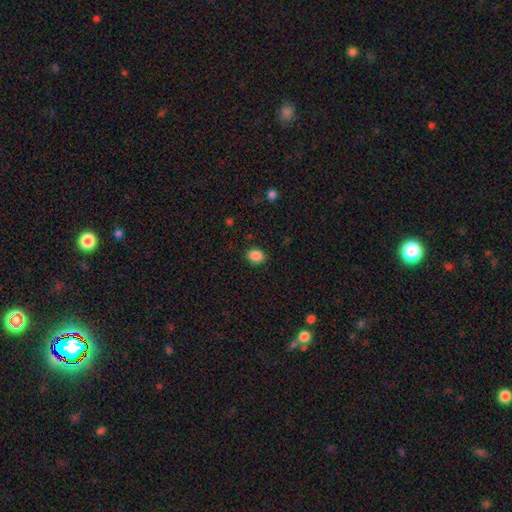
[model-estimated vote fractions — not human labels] A smooth galaxy with no disk features (88%) that is round (55%).

Vote fractions:
- Smooth or featured? smooth: 88% / star or artifact: 9% / featured or disk: 3%
- How rounded? round: 55% / in between: 44% / cigar-shaped: 1%
- Merging? none: 89% / minor disturbance: 8% / major disturbance: 2% / merger: 1%